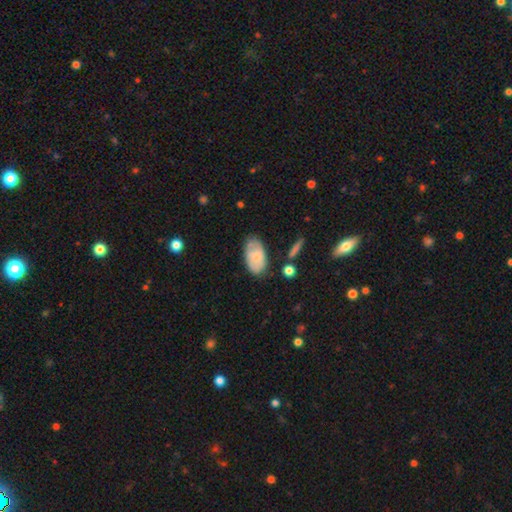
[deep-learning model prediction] smooth_or_featured: smooth (p=0.68) [alt: featured or disk p=0.26]
how_rounded: in between (p=0.93) [alt: round p=0.05]
merging: none (p=0.63) [alt: minor disturbance p=0.25]